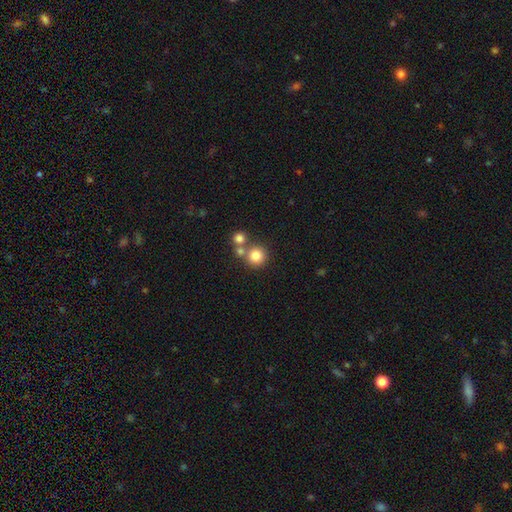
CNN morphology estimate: A smooth galaxy with no disk features (79%) that is round (93%).

Vote fractions:
- Smooth or featured? smooth: 79% / star or artifact: 12% / featured or disk: 9%
- How rounded? round: 93% / in between: 6% / cigar-shaped: 1%
- Merging? none: 63% / merger: 27% / minor disturbance: 7% / major disturbance: 3%